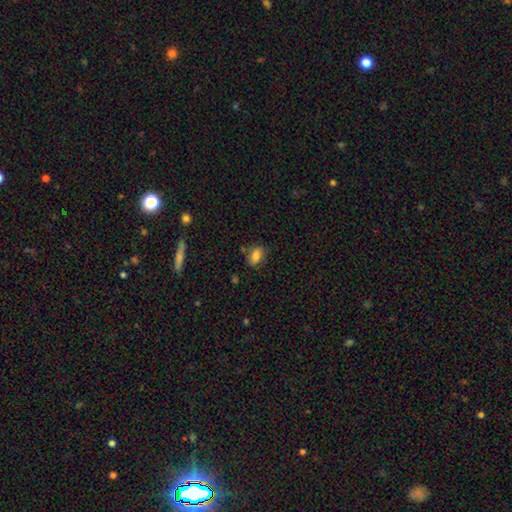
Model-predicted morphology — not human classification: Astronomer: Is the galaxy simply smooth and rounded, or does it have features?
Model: smooth — 79%.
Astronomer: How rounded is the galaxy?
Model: in between — 80%.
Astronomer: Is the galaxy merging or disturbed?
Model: none — 76%.